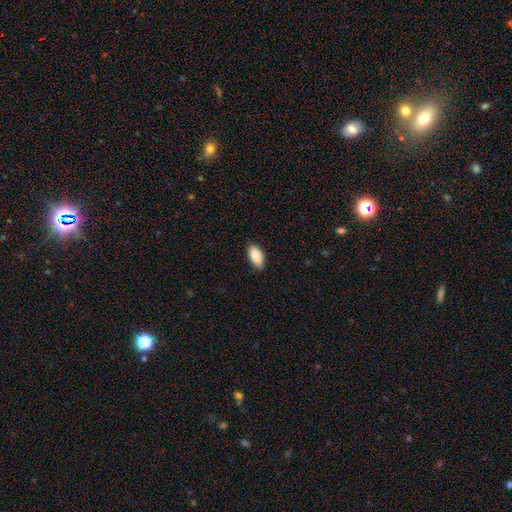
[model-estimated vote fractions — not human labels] Smooth or featured: smooth — 88% (star or artifact — 6%)
How rounded: in between — 93% (cigar-shaped — 4%)
Merging: none — 86% (minor disturbance — 11%)